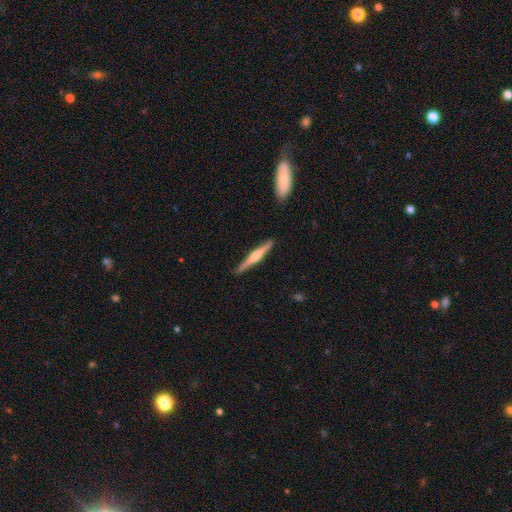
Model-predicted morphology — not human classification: featured or disk 62%, smooth 32%, star or artifact 5%. Down the decision tree: edge-on disk — yes (98%); edge-on bulge — rounded (67%); merging — none (88%).